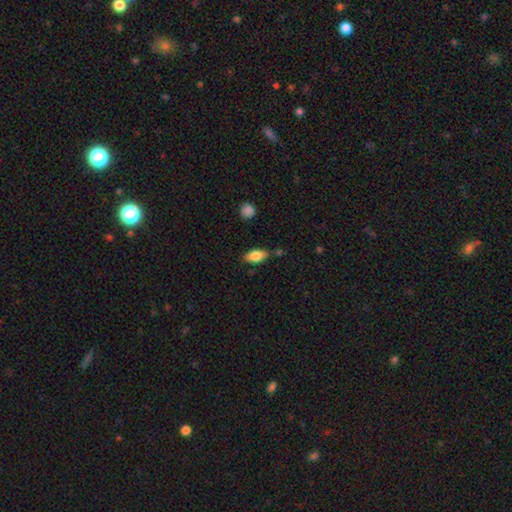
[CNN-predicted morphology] Q: Smooth or featured?
A: smooth (77%); runner-up: featured or disk (15%)
Q: How rounded?
A: in between (87%); runner-up: cigar-shaped (8%)
Q: Merging?
A: none (77%); runner-up: minor disturbance (15%)